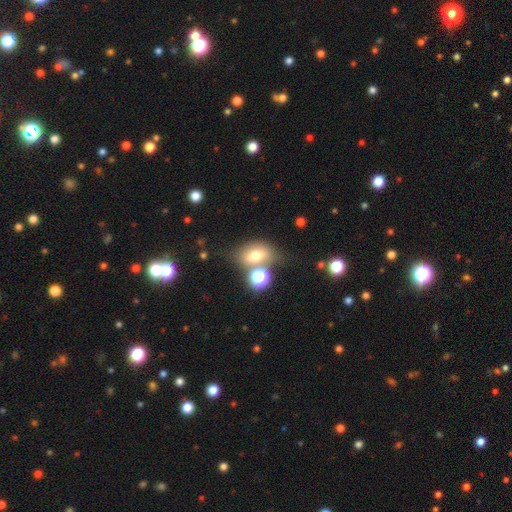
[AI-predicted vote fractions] The model was most divided on "merging": none: 55%, merger: 21%, minor disturbance: 17%, major disturbance: 8%. More confident: how rounded — in between (69%); smooth or featured — smooth (66%).